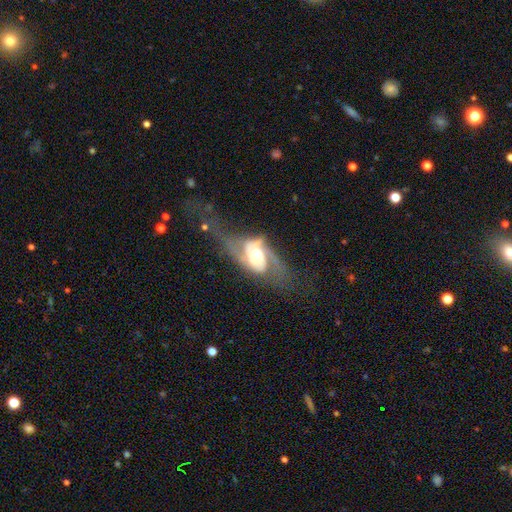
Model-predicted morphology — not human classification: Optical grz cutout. It shows a featured or disk galaxy (75%) with no bar (59%), 2 (75%) loose (44%) spiral arms (85%) and a moderate central bulge (61%). Merging: major disturbance (45%).